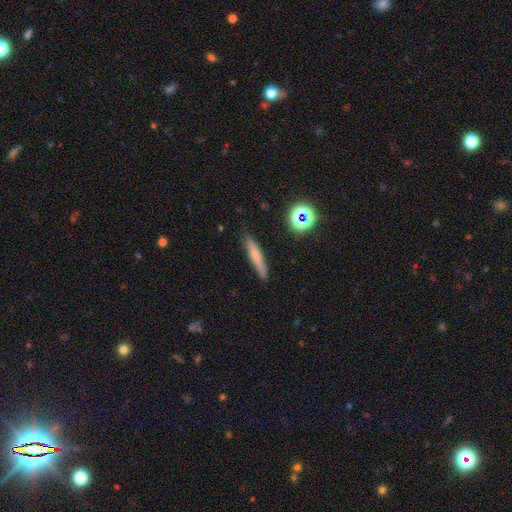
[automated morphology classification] The model was most divided on "smooth or featured": smooth: 61%, featured or disk: 28%, star or artifact: 11%. More confident: how rounded — cigar-shaped (90%); merging — none (85%).